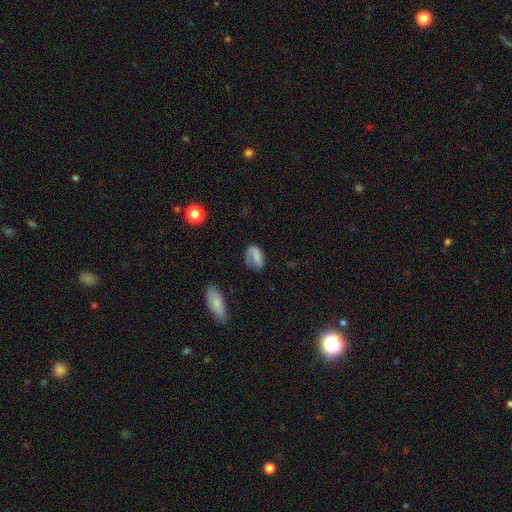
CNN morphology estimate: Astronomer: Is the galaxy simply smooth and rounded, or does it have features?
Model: smooth — 71%.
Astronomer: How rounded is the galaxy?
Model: in between — 84%.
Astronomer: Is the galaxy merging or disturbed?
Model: none — 53% (runner-up: minor disturbance, 29%).